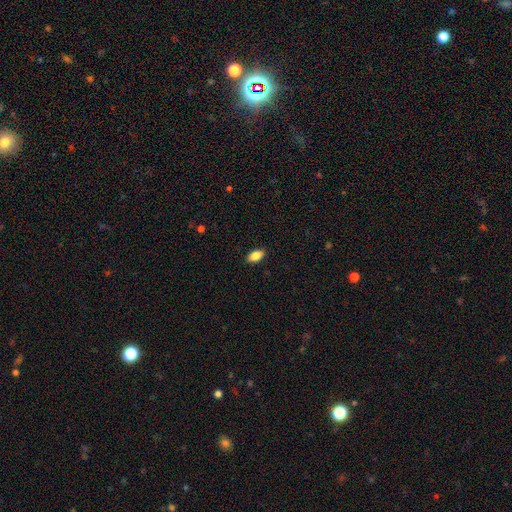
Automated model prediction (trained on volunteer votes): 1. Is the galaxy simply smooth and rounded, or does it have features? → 86% smooth, 8% star or artifact, 6% featured or disk.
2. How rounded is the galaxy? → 91% in between, 5% cigar-shaped, 4% round.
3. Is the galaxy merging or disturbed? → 89% none, 8% minor disturbance, 2% major disturbance, 1% merger.